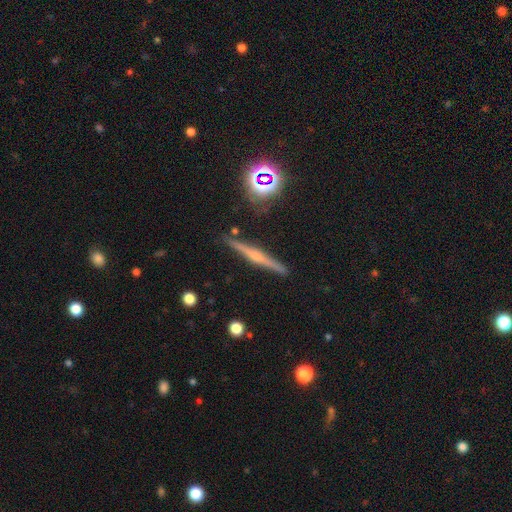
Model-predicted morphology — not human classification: Overall: featured or disk (68%). Edge-on disk: yes (97%). Edge-on bulge: rounded (76%). Merging: none (89%).